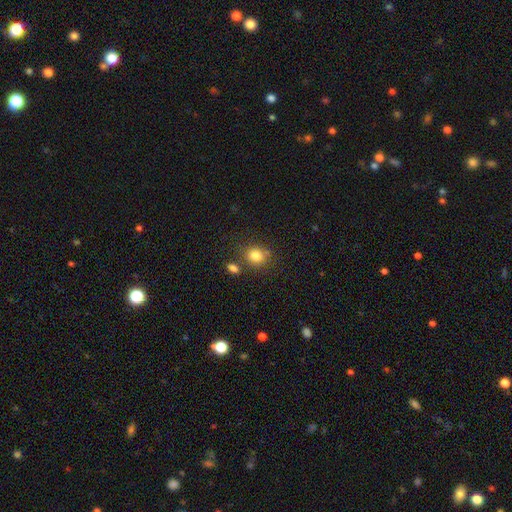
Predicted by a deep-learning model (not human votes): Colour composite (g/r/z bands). It shows a smooth galaxy with no disk features (82%) that is round (68%). Merging: none (66%).